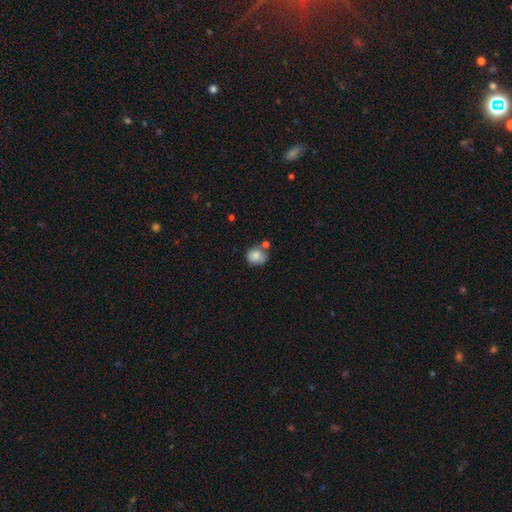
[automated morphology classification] This appears to be a smooth galaxy with no disk features (78%) that is round (74%). Merging: none (51%).